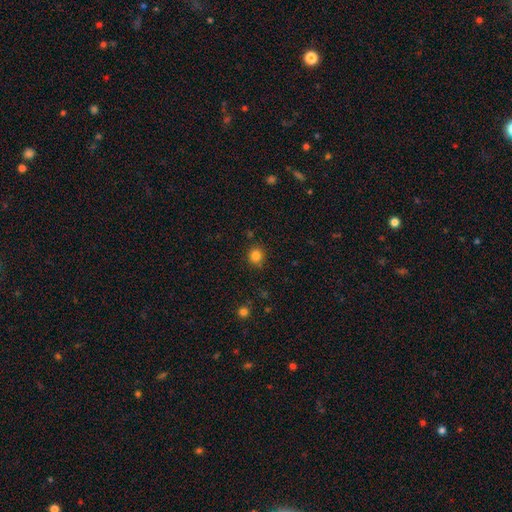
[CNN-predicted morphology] smooth 83%, star or artifact 12%, featured or disk 5%. Down the decision tree: how rounded — round (84%); merging — none (86%).